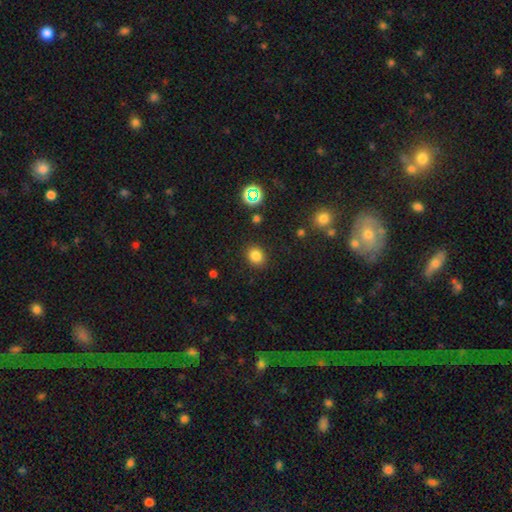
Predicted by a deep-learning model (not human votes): Q: Smooth or featured?
A: smooth (81%); runner-up: star or artifact (14%)
Q: How rounded?
A: round (63%); runner-up: in between (36%)
Q: Merging?
A: none (87%); runner-up: minor disturbance (8%)